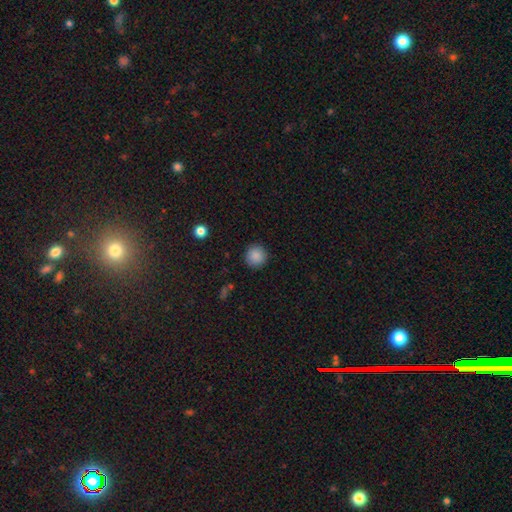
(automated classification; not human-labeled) This is clearly a smooth galaxy (88%). How rounded: clearly round (94%). Merging: clearly none (91%).